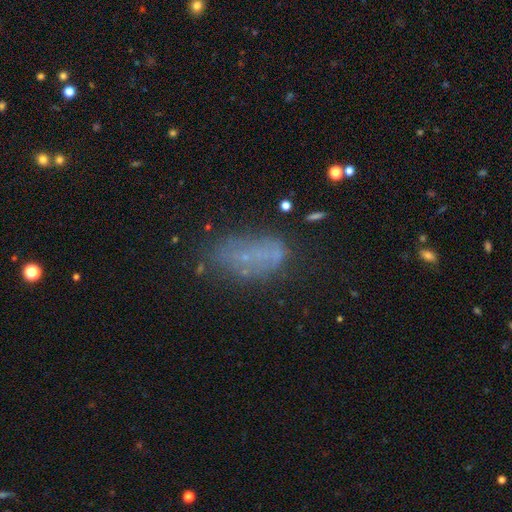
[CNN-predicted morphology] smooth_or_featured: smooth (p=0.48) [alt: featured or disk p=0.34]
merging: none (p=0.58) [alt: minor disturbance p=0.21]